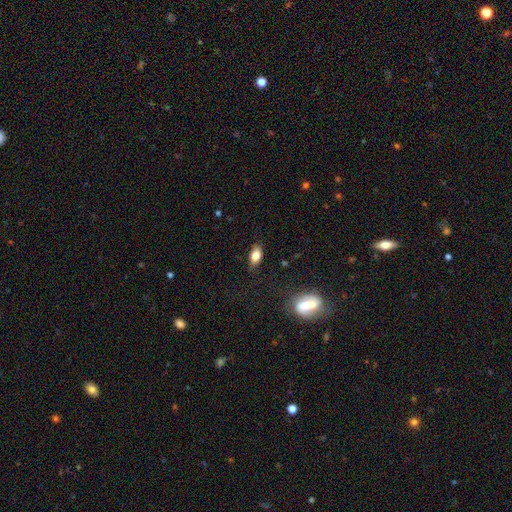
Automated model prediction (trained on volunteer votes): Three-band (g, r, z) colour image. It shows a smooth galaxy with no disk features (79%) that is in between round and cigar-shaped (86%). Merging: none (82%).